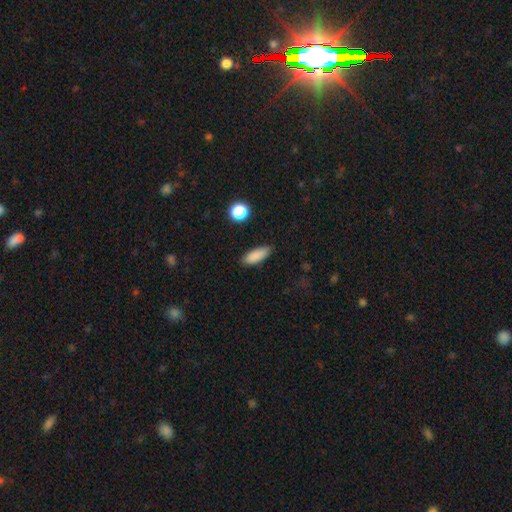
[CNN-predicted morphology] smooth-or-featured: smooth: 87% | star or artifact: 8% | featured or disk: 5%
  how-rounded: in between: 71% | cigar-shaped: 26% | round: 2%
  merging: none: 84% | minor disturbance: 12% | major disturbance: 3% | merger: 2%